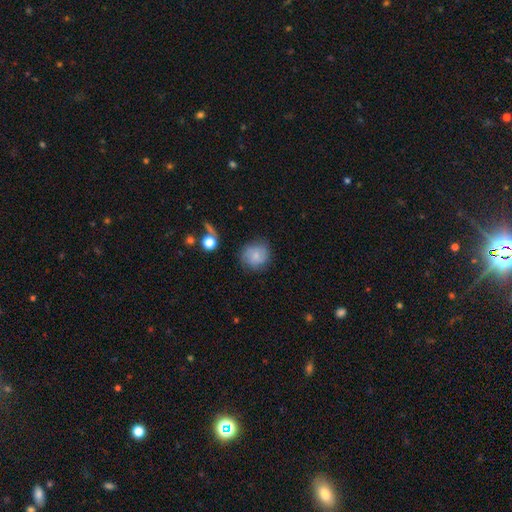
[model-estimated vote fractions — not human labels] This is likely a smooth galaxy (69%). How rounded: clearly round (85%). Merging: likely none (73%).